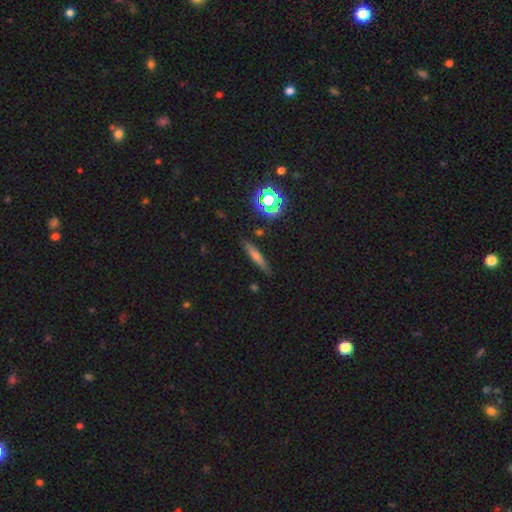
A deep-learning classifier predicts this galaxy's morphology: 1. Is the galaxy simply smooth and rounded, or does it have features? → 57% smooth, 27% featured or disk, 16% star or artifact.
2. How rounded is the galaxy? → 85% cigar-shaped, 10% in between, 4% round.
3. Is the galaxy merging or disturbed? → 85% none, 11% minor disturbance, 2% major disturbance, 2% merger.